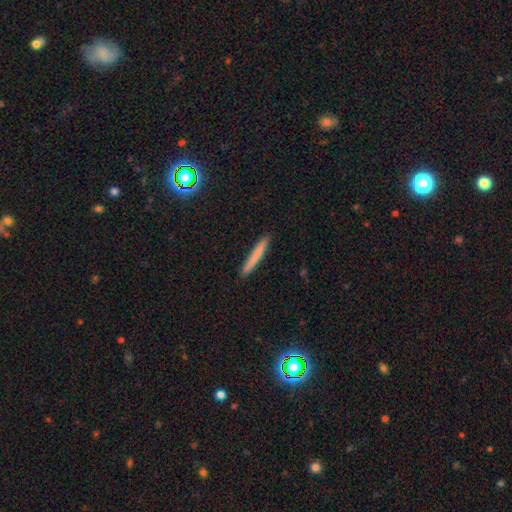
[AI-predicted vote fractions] Smooth or featured? smooth (75%)
How rounded? cigar-shaped (96%)
Merging? none (92%)